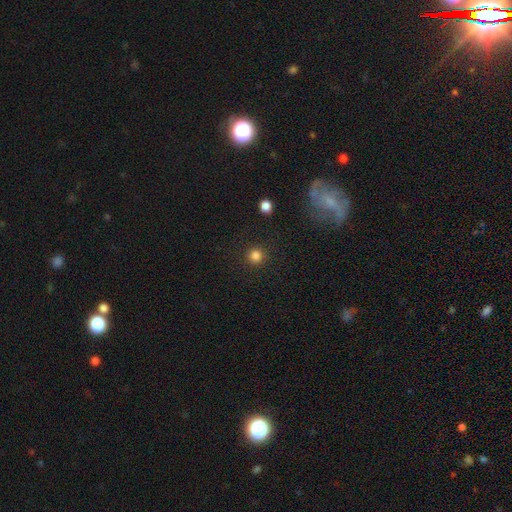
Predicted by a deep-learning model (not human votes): Smooth or featured? Predicted: smooth (p=0.84). How rounded? Predicted: round (p=0.95). Merging? Predicted: none (p=0.90).